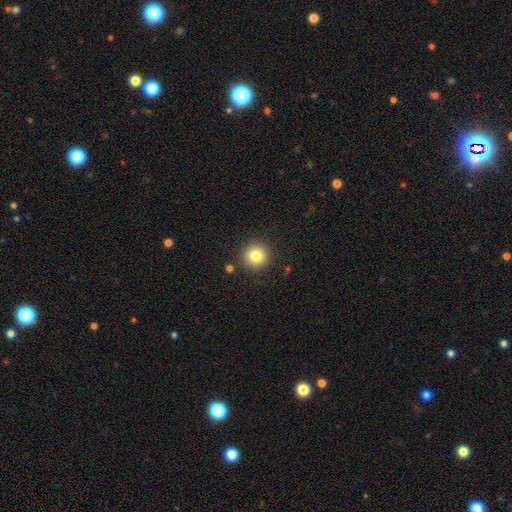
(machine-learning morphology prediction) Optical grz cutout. It shows a smooth galaxy with no disk features (81%) that is round (93%). Merging: none (89%).